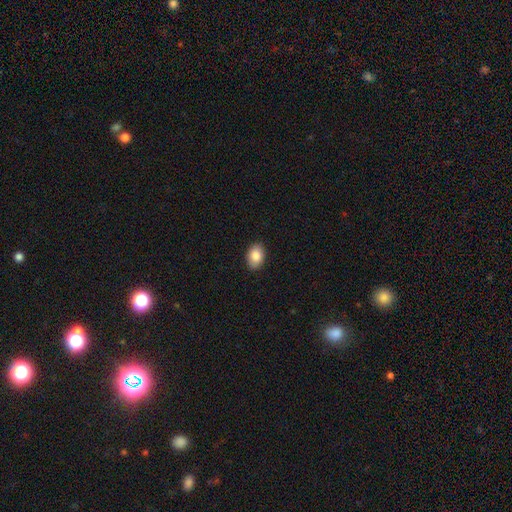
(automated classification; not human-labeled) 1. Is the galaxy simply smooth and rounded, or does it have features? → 86% smooth, 7% star or artifact, 7% featured or disk.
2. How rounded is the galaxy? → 84% in between, 15% round, 1% cigar-shaped.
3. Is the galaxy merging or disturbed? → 89% none, 9% minor disturbance, 2% major disturbance, 1% merger.